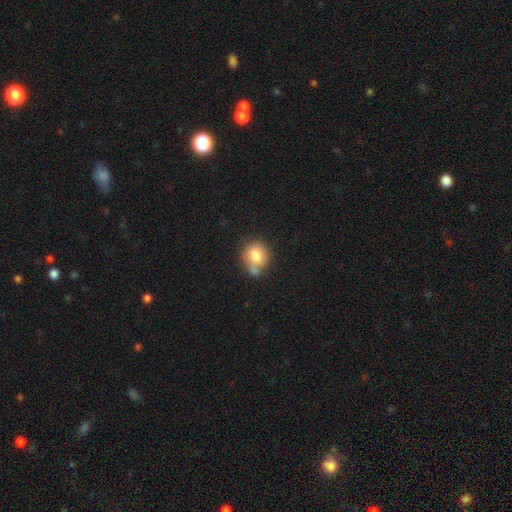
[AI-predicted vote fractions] This is likely a smooth galaxy (80%). How rounded: likely round (76%). Merging: possibly none (50%).